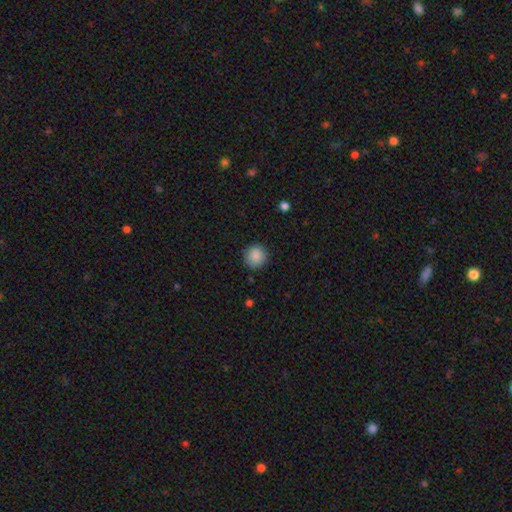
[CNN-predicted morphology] The model was most divided on "merging": none: 88%, minor disturbance: 9%, major disturbance: 2%, merger: 1%. More confident: how rounded — round (92%); smooth or featured — smooth (88%).